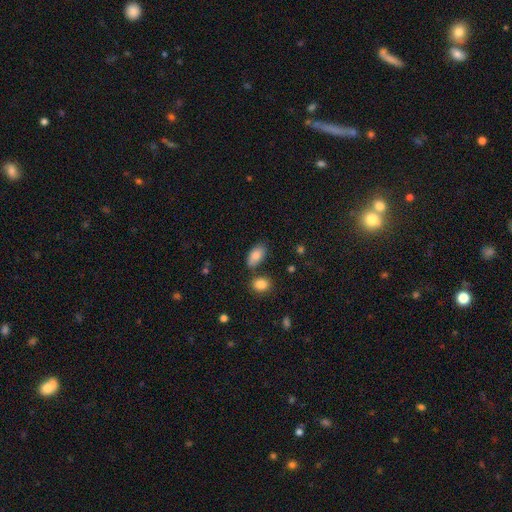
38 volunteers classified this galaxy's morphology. smooth-or-featured: smooth: 97% | featured or disk: 3% | star or artifact: 0%
  how-rounded: in between: 92% | round: 8% | cigar-shaped: 0%
  merging: none: 66% | merger: 16% | minor disturbance: 13% | major disturbance: 5%